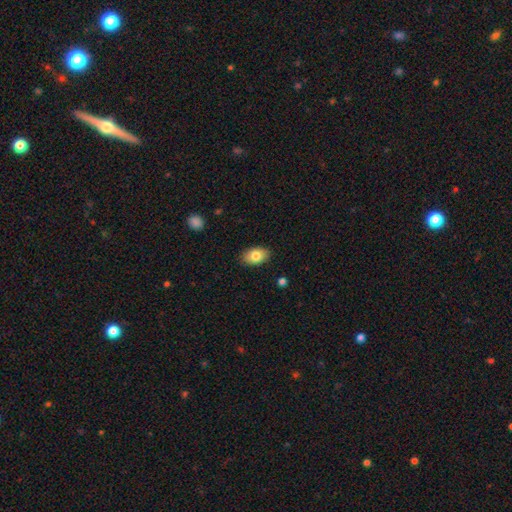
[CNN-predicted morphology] smooth_or_featured: smooth (p=0.83) [alt: featured or disk p=0.10]
how_rounded: in between (p=0.89) [alt: round p=0.10]
merging: none (p=0.87) [alt: minor disturbance p=0.10]